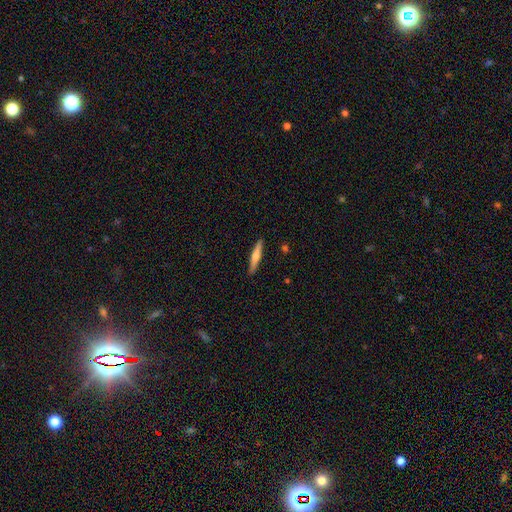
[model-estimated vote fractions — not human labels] Smooth or featured? smooth (53%)
How rounded? cigar-shaped (91%)
Merging? none (90%)